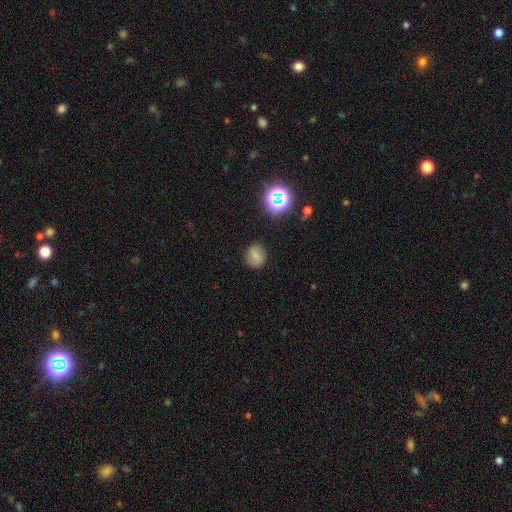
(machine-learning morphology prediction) A smooth galaxy with no disk features (66%) that is round (70%).

Vote fractions:
- Smooth or featured? smooth: 66% / featured or disk: 18% / star or artifact: 16%
- How rounded? round: 70% / in between: 29% / cigar-shaped: 1%
- Merging? none: 84% / minor disturbance: 11% / major disturbance: 3% / merger: 2%